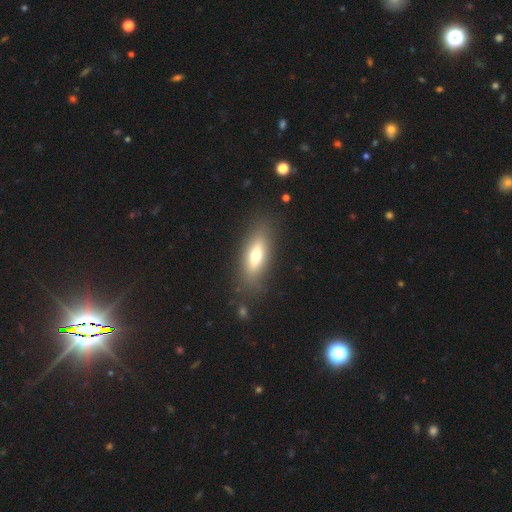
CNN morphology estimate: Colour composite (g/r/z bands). It shows a smooth galaxy with no disk features (61%) that is in between round and cigar-shaped (62%). Merging: none (84%).